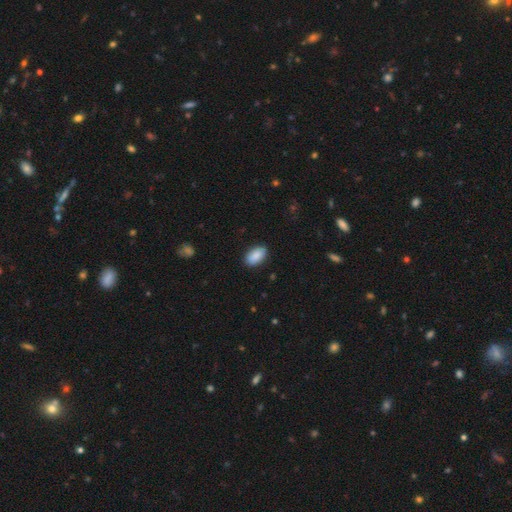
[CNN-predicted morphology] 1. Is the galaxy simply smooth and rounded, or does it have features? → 89% smooth, 6% star or artifact, 5% featured or disk.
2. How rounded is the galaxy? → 94% in between, 3% round, 2% cigar-shaped.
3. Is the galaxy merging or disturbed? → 87% none, 10% minor disturbance, 2% major disturbance, 1% merger.